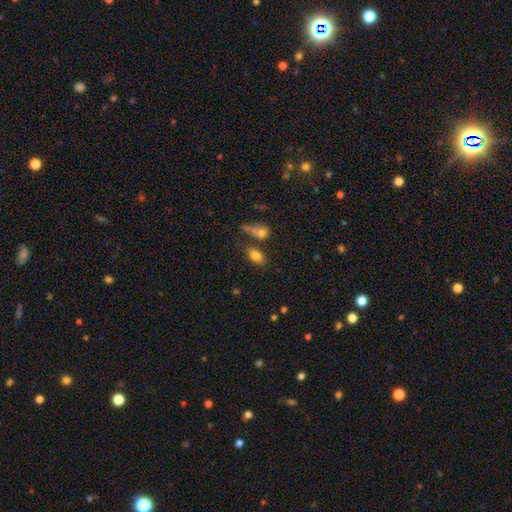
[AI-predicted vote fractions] smooth-or-featured: smooth: 79% | featured or disk: 12% | star or artifact: 9%
  how-rounded: in between: 86% | round: 10% | cigar-shaped: 4%
  merging: none: 63% | merger: 19% | minor disturbance: 13% | major disturbance: 5%